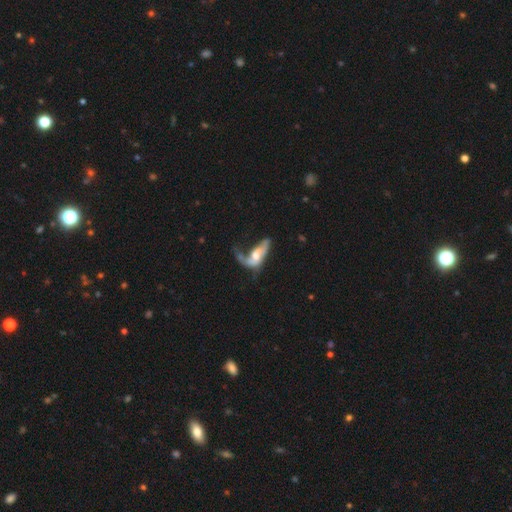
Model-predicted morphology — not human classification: Smooth or featured?
  - featured or disk: 58% *
  - smooth: 36%
  - star or artifact: 7%
Edge-on disk?
  - no: 84% *
  - yes: 16%
Merging?
  - major disturbance: 50% *
  - minor disturbance: 17%
  - none: 17%
  - merger: 16%